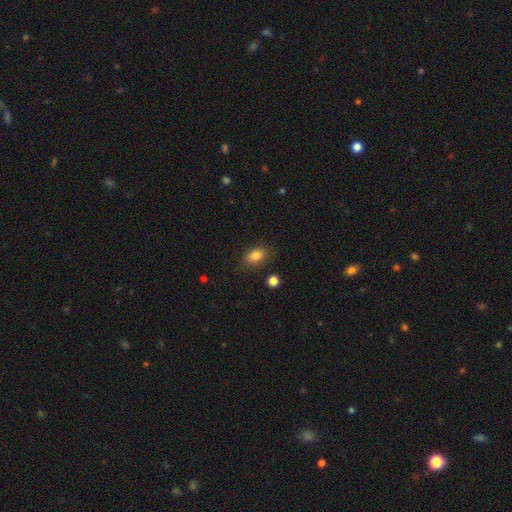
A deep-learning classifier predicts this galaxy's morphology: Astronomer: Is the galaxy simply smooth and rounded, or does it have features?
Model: smooth — 84%.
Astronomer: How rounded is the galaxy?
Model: in between — 84%.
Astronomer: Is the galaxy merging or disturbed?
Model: none — 80%.